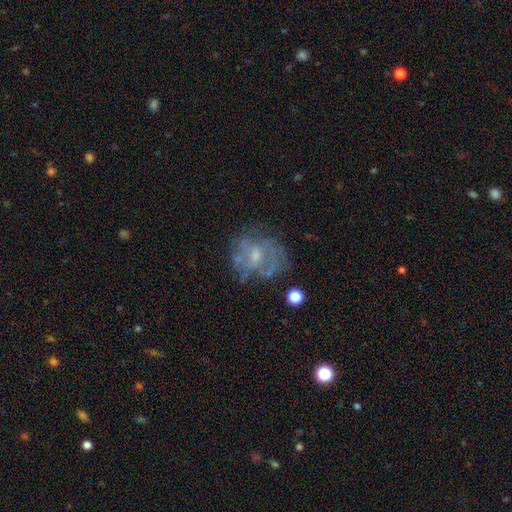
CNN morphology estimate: Smooth or featured?
  - featured or disk: 66% *
  - smooth: 23%
  - star or artifact: 10%
Edge-on disk?
  - no: 98% *
  - yes: 2%
Bar?
  - no: 54% *
  - weak: 39%
  - strong: 7%
Spiral arms?
  - yes: 51% *
  - no: 49%
Bulge size?
  - small: 45% *
  - moderate: 39%
  - none: 13%
  - large: 2%
  - dominant: 1%
Merging?
  - none: 54% *
  - minor disturbance: 22%
  - major disturbance: 20%
  - merger: 4%